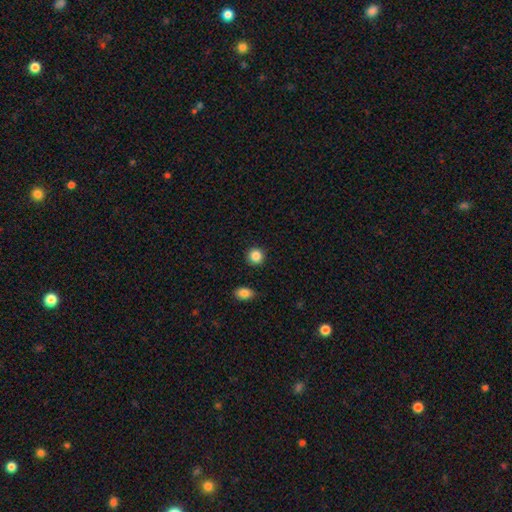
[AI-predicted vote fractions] Overall: smooth (86%). How rounded: round (91%). Merging: none (91%).